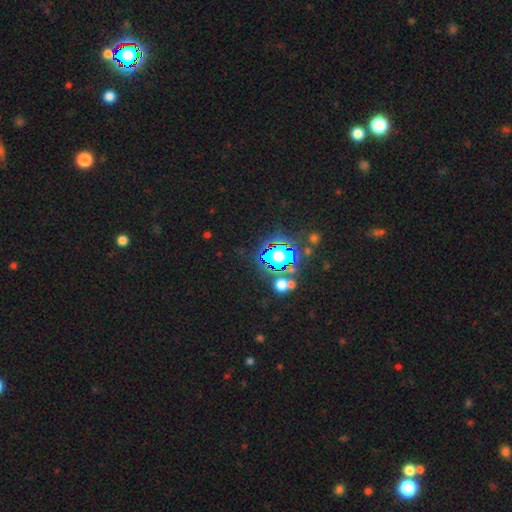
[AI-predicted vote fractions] Smooth or featured? Predicted: star or artifact (p=0.82).